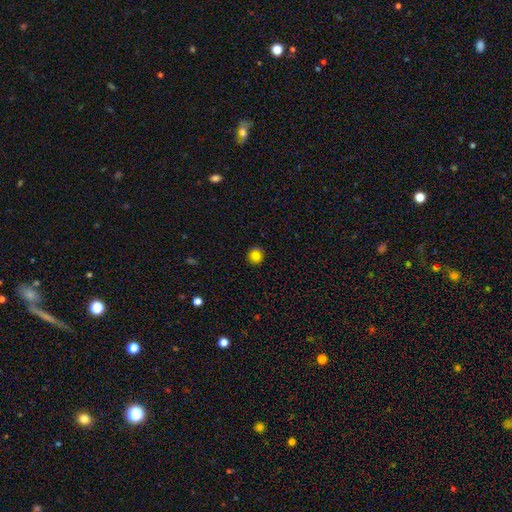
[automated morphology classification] This is clearly a smooth galaxy (82%). How rounded: clearly round (93%). Merging: clearly none (89%).